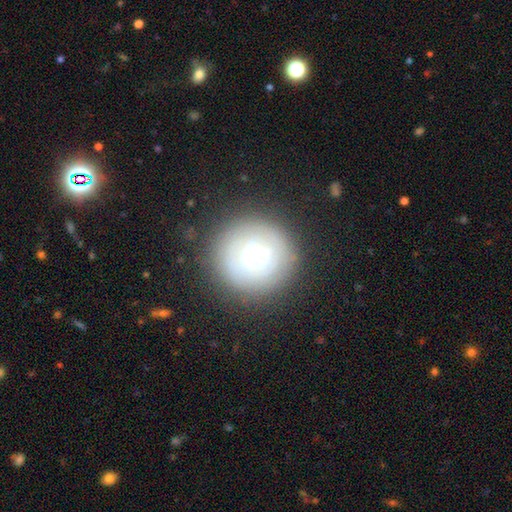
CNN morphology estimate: Smooth or featured?
  - featured or disk: 43% * (tied)
  - smooth: 43% * (tied)
  - star or artifact: 15%
Merging?
  - none: 79% *
  - minor disturbance: 12%
  - major disturbance: 7%
  - merger: 2%